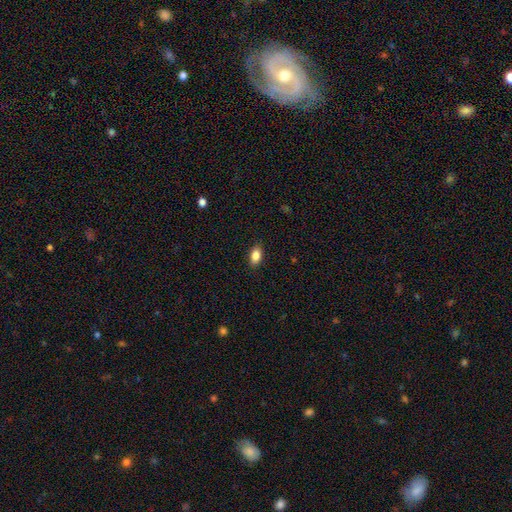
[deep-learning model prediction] smooth 86%, star or artifact 8%, featured or disk 6%. Down the decision tree: how rounded — in between (89%); merging — none (88%).